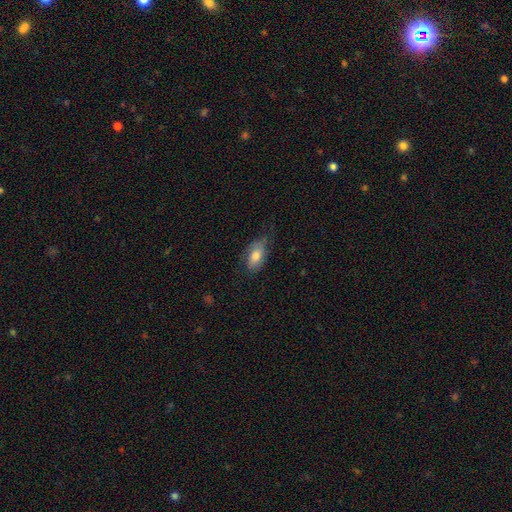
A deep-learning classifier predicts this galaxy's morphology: Smooth or featured: smooth — 74% (featured or disk — 19%)
How rounded: in between — 90% (cigar-shaped — 6%)
Merging: none — 61% (minor disturbance — 28%)